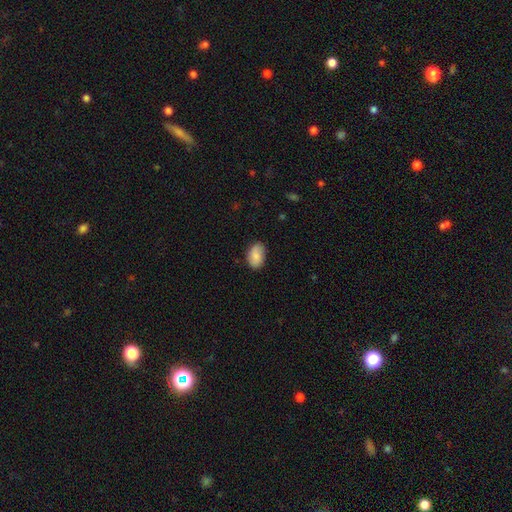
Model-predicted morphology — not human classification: Overall: smooth (84%). How rounded: in between (88%). Merging: none (78%).